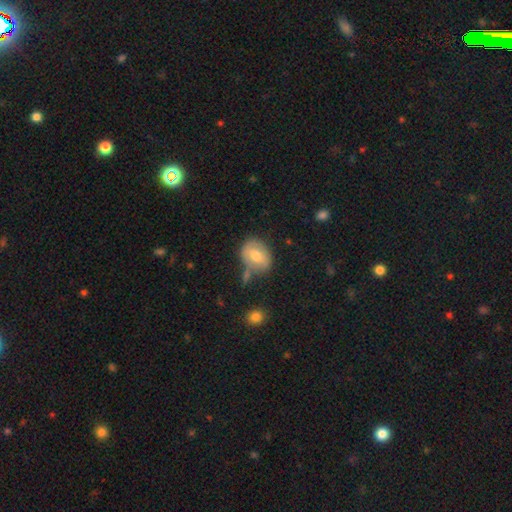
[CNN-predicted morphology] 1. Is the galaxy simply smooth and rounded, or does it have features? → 64% smooth, 29% featured or disk, 8% star or artifact.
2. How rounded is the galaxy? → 55% in between, 44% round, 1% cigar-shaped.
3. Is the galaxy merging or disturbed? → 59% none, 22% minor disturbance, 12% merger, 7% major disturbance.